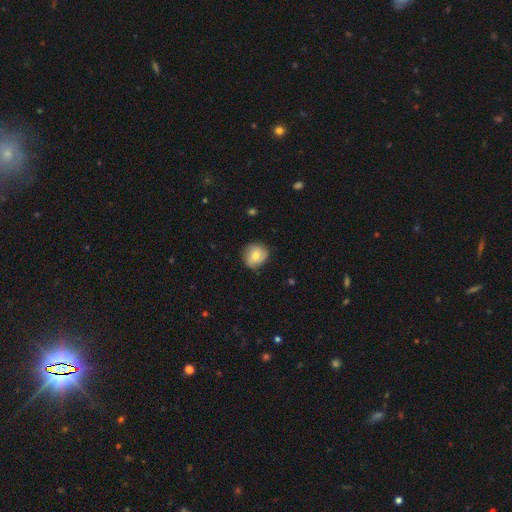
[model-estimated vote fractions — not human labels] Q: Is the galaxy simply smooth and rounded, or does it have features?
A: smooth — 68%.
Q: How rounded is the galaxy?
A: round — 87%.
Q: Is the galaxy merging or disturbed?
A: none — 76%.